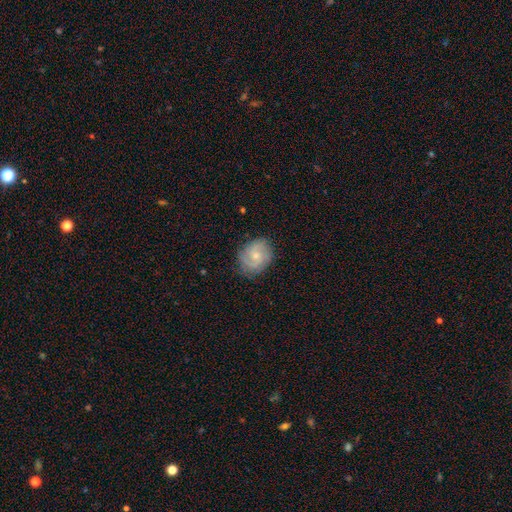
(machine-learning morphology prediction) The model was most divided on "spiral winding": tight: 47%, medium: 41%, loose: 13%. More confident: edge-on disk — no (98%); spiral arms — yes (92%); merging — none (80%); smooth or featured — featured or disk (68%); bar — no (66%); bulge size — small (62%); spiral arm count — 2 (61%).